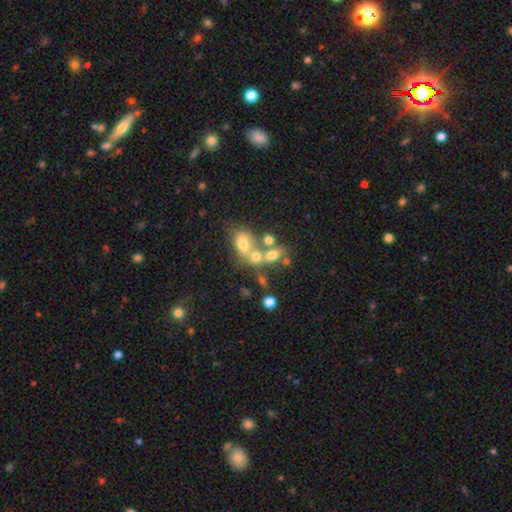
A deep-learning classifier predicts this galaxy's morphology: This appears to be a smooth galaxy with no disk features (51%) that is in between round and cigar-shaped (59%). Merging: merger (53%).